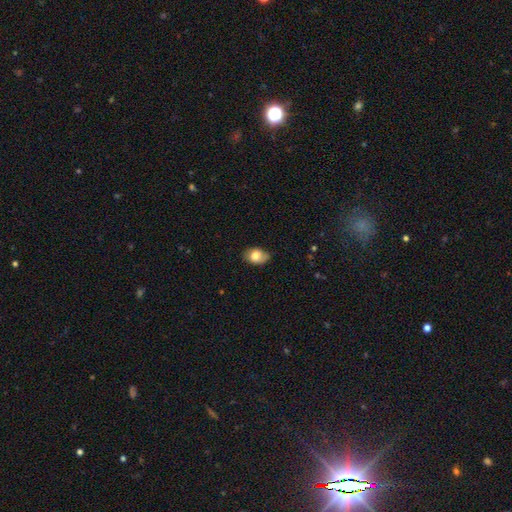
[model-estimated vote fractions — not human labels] This is likely a smooth galaxy (77%). How rounded: likely in between (79%). Merging: likely none (66%).